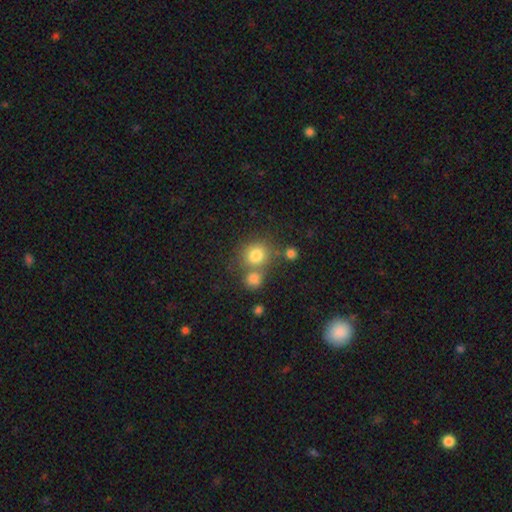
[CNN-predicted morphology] Smooth or featured?
  - smooth: 79% *
  - star or artifact: 12%
  - featured or disk: 9%
How rounded?
  - round: 81% *
  - in between: 18%
  - cigar-shaped: 1%
Merging?
  - none: 56% *
  - merger: 29%
  - minor disturbance: 10%
  - major disturbance: 4%